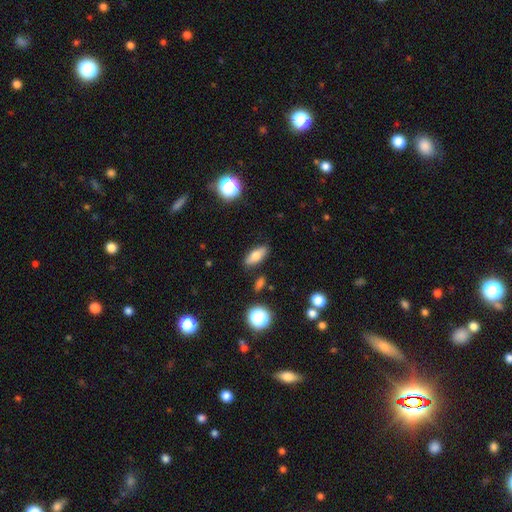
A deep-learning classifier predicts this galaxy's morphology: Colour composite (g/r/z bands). It shows a smooth galaxy with no disk features (71%) that is in between round and cigar-shaped (75%). Merging: none (86%).